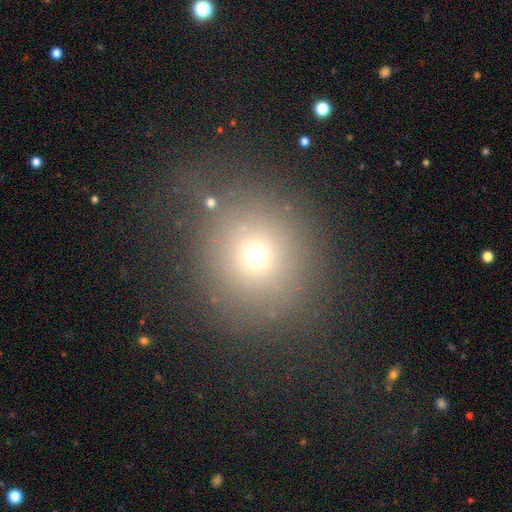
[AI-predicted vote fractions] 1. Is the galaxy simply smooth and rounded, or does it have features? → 66% smooth, 22% star or artifact, 12% featured or disk.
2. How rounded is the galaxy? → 88% round, 11% in between, 1% cigar-shaped.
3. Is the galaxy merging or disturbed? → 67% none, 16% minor disturbance, 14% major disturbance, 4% merger.